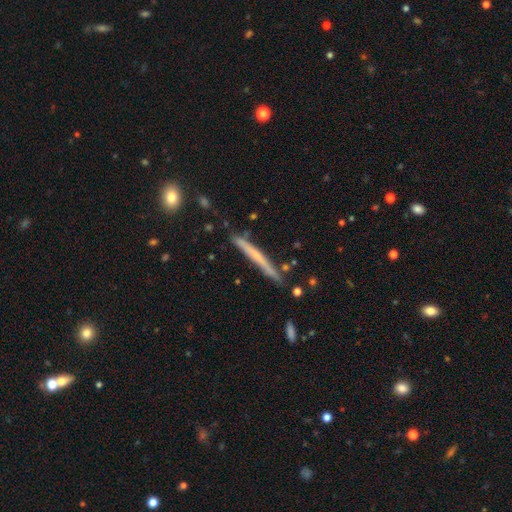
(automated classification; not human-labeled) The model was most divided on "smooth or featured": featured or disk: 51%, smooth: 42%, star or artifact: 7%. More confident: edge-on disk — yes (96%); merging — none (82%).